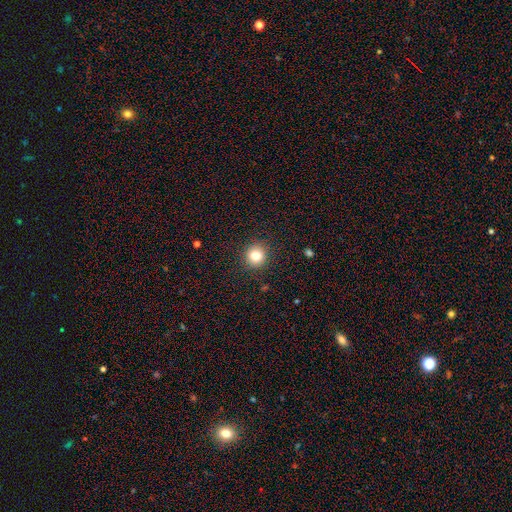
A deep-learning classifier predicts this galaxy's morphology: A smooth galaxy with no disk features (81%) that is round (92%).

Vote fractions:
- Smooth or featured? smooth: 81% / star or artifact: 12% / featured or disk: 8%
- How rounded? round: 92% / in between: 7% / cigar-shaped: 1%
- Merging? none: 91% / minor disturbance: 6% / major disturbance: 2% / merger: 1%